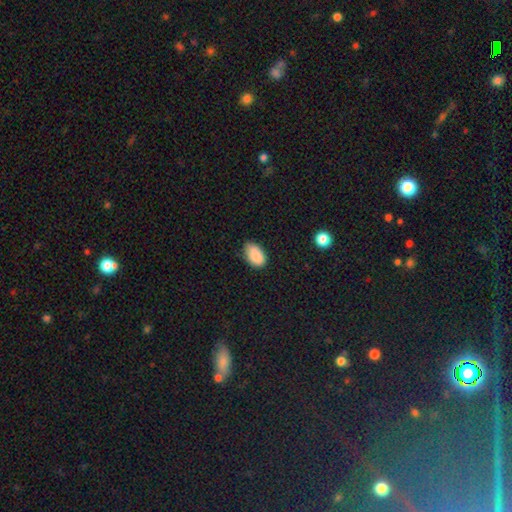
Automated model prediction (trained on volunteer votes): Q: Smooth or featured?
A: smooth (88%); runner-up: star or artifact (8%)
Q: How rounded?
A: in between (91%); runner-up: round (7%)
Q: Merging?
A: none (72%); runner-up: minor disturbance (23%)